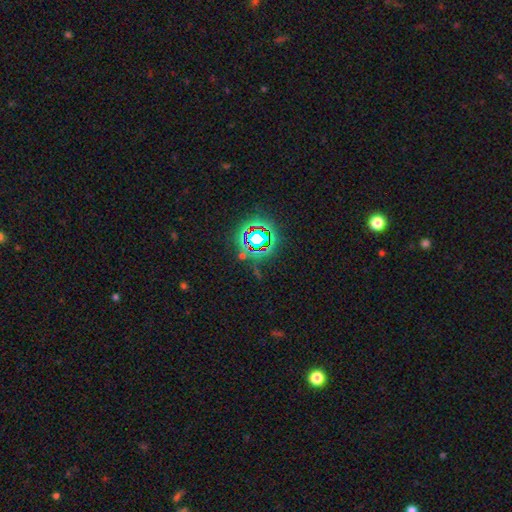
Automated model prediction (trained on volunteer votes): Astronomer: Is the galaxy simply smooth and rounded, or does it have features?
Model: star or artifact — 77%.